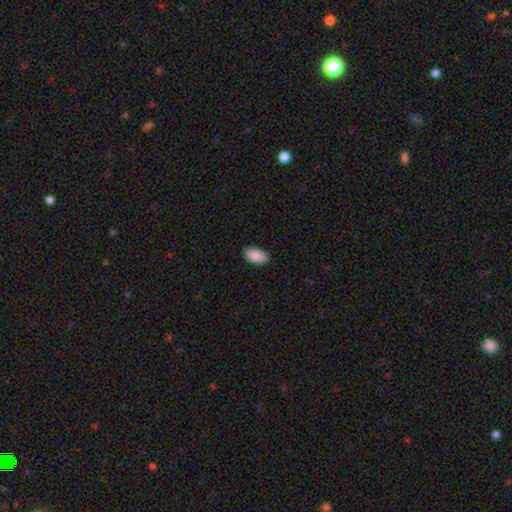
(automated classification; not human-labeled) This appears to be a smooth galaxy with no disk features (91%) that is in between round and cigar-shaped (95%). Merging: none (88%).